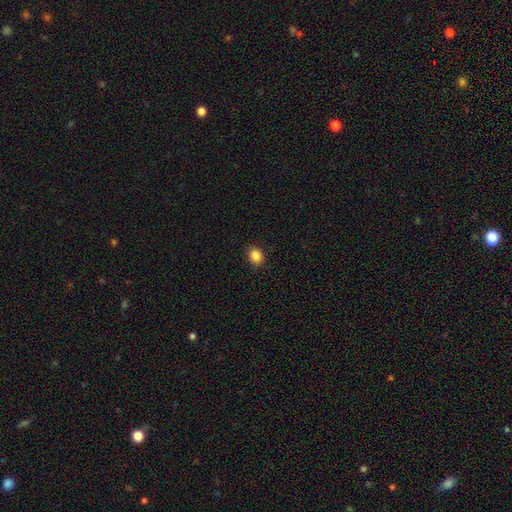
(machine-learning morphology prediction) type=smooth (86%); roundness=round (53%); merging=none (89%).